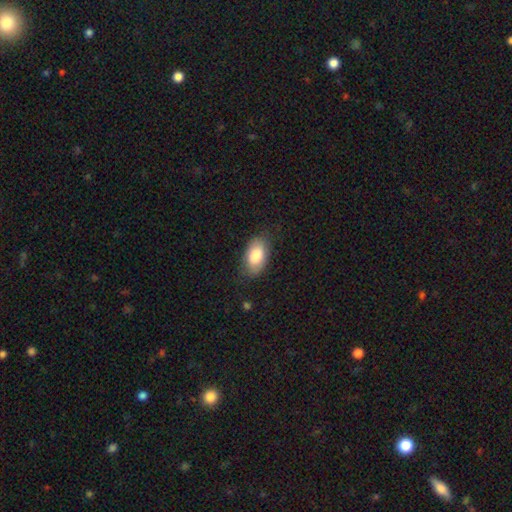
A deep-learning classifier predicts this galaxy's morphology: A smooth galaxy with no disk features (81%) that is in between round and cigar-shaped (93%). Merging: none (78%).